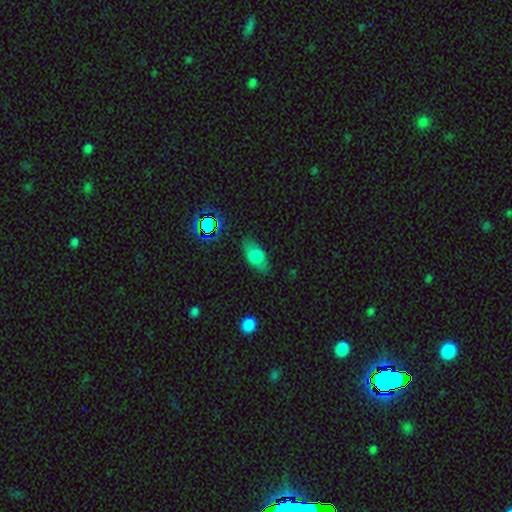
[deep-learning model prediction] Morphology: type=smooth (72%); roundness=in between (87%); merging=none (75%).